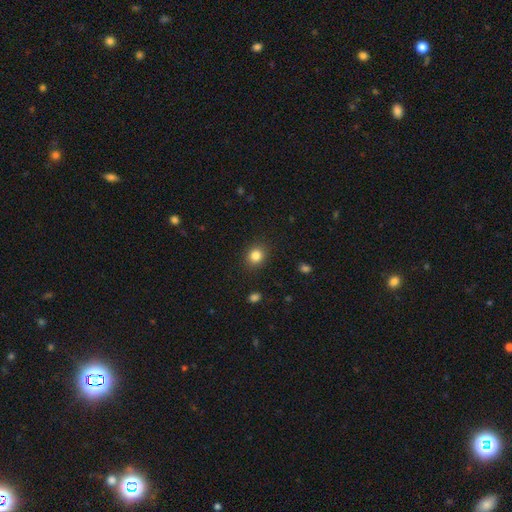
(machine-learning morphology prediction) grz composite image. It shows a smooth galaxy with no disk features (84%) that is round (73%). Merging: none (89%).